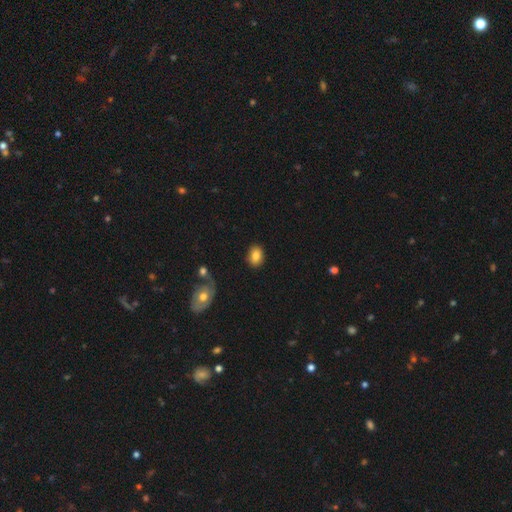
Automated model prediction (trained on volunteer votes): Smooth or featured?
  - smooth: 83% *
  - featured or disk: 10%
  - star or artifact: 8%
How rounded?
  - in between: 65% *
  - round: 34%
  - cigar-shaped: 1%
Merging?
  - none: 84% *
  - minor disturbance: 10%
  - major disturbance: 3%
  - merger: 3%